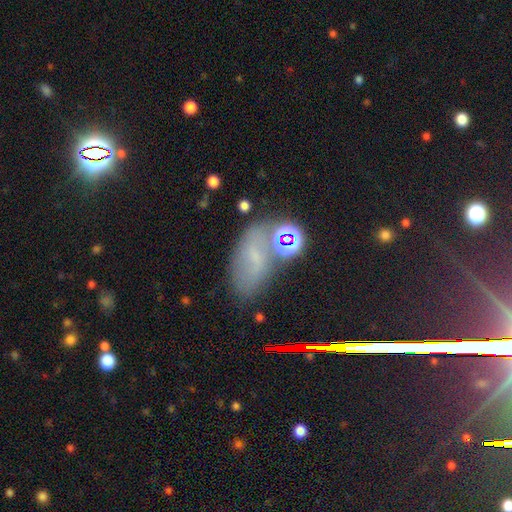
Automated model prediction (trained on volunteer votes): smooth-or-featured: smooth: 46% | featured or disk: 29% | star or artifact: 25%
  merging: none: 58% | minor disturbance: 23% | major disturbance: 12% | merger: 8%